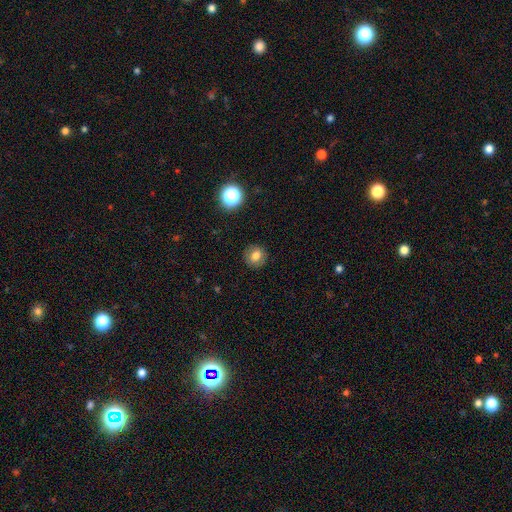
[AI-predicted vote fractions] Smooth or featured?
  - smooth: 75% *
  - star or artifact: 13%
  - featured or disk: 12%
How rounded?
  - round: 85% *
  - in between: 14%
  - cigar-shaped: 1%
Merging?
  - none: 88% *
  - minor disturbance: 8%
  - major disturbance: 3%
  - merger: 1%